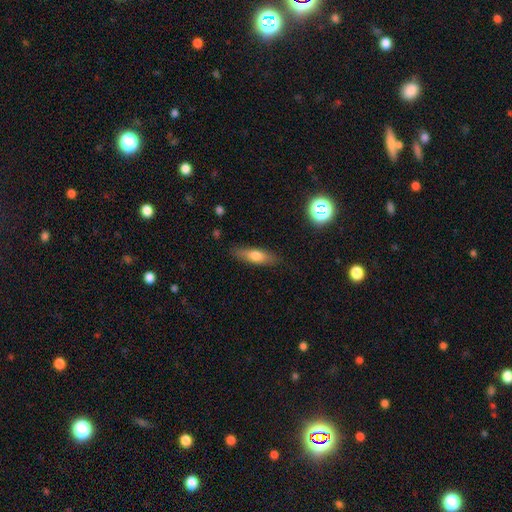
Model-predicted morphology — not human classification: type=smooth (66%); roundness=cigar-shaped (56%); merging=none (84%).